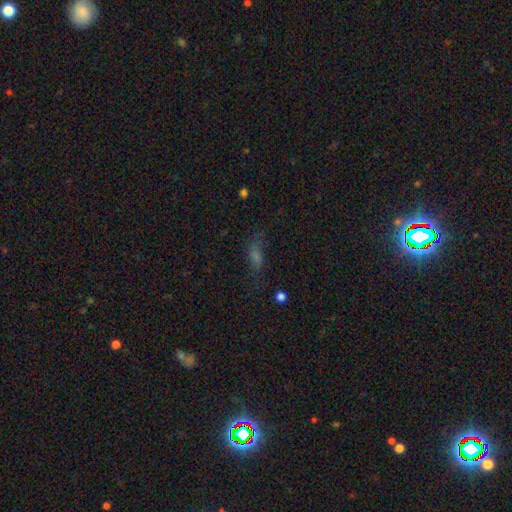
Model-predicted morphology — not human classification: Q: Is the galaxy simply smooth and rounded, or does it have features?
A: smooth — 44%.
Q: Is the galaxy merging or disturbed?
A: none — 62%.